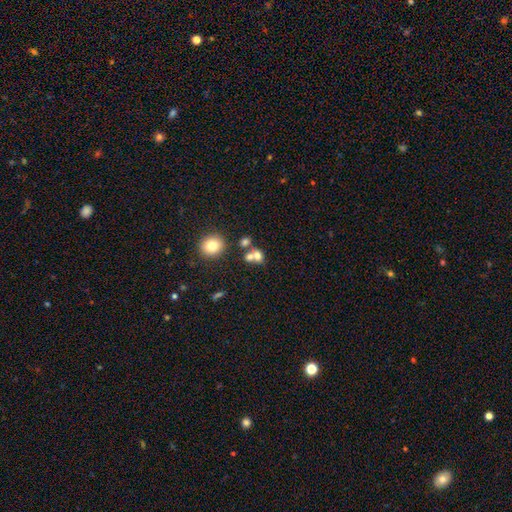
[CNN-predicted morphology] This is likely a smooth galaxy (70%). How rounded: likely round (64%). Merging: possibly merger (49%).